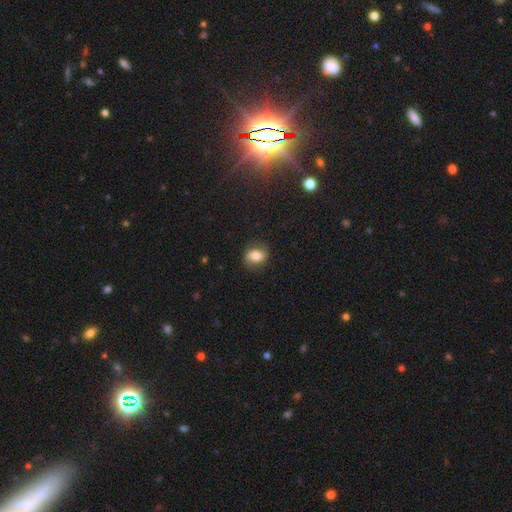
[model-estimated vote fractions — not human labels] Q: Smooth or featured?
A: smooth (68%); runner-up: featured or disk (22%)
Q: How rounded?
A: in between (59%); runner-up: round (39%)
Q: Merging?
A: none (79%); runner-up: minor disturbance (14%)